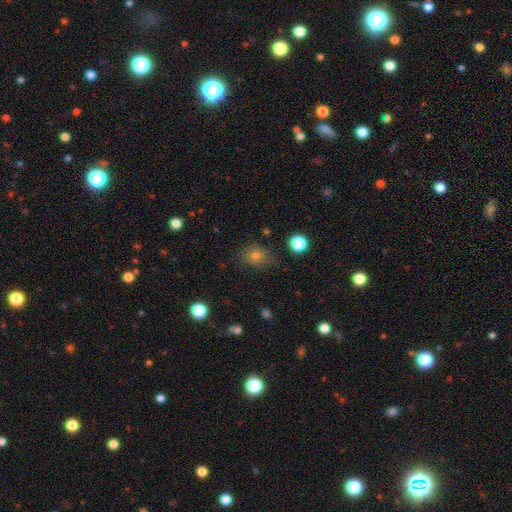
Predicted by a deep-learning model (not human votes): This appears to be a smooth galaxy with no disk features (71%) that is round (56%). Merging: none (75%).